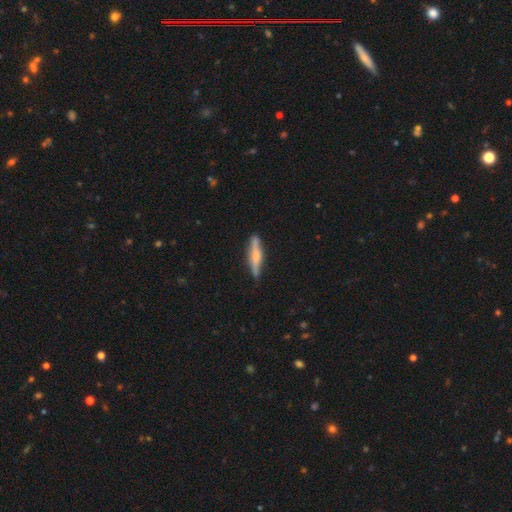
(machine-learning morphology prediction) The model was most divided on "smooth or featured": featured or disk: 52%, smooth: 42%, star or artifact: 6%. More confident: edge-on disk — yes (93%); merging — none (81%).